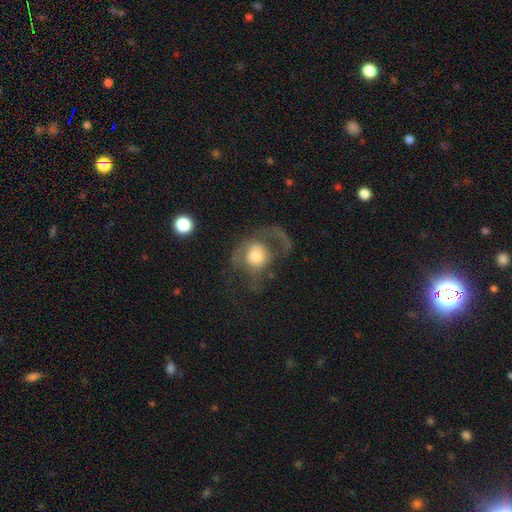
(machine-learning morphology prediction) smooth 48%, featured or disk 44%, star or artifact 8%. Down the decision tree: merging — major disturbance (58%).